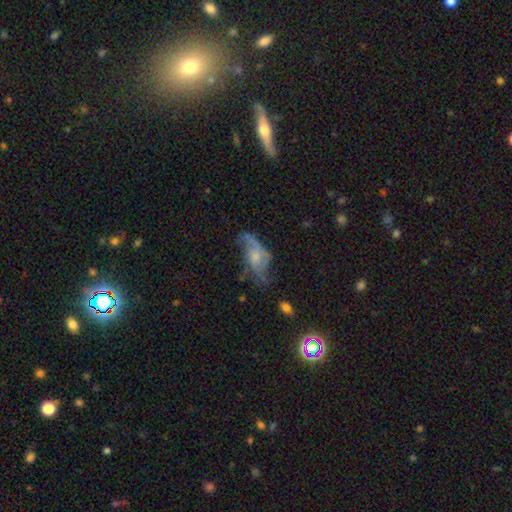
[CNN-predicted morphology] Smooth or featured: featured or disk — 63% (smooth — 27%)
Edge-on disk: no — 92% (yes — 8%)
Bar: no — 71% (weak — 25%)
Spiral arms: yes — 78% (no — 22%)
Bulge size: small — 45% (moderate — 36%)
Merging: none — 40% (major disturbance — 29%)